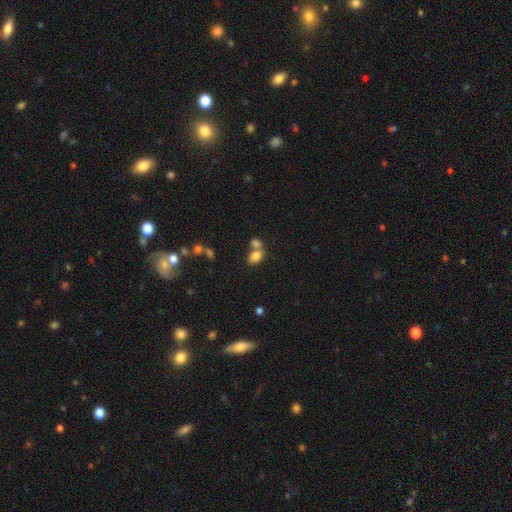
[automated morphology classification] Q: Smooth or featured?
A: smooth (79%); runner-up: featured or disk (11%)
Q: How rounded?
A: in between (83%); runner-up: round (15%)
Q: Merging?
A: merger (50%); runner-up: none (36%)